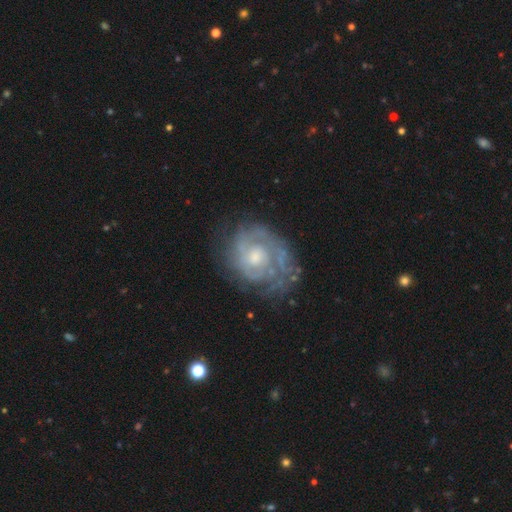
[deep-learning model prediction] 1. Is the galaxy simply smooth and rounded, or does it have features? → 81% featured or disk, 12% smooth, 7% star or artifact.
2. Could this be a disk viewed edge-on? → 97% no, 3% yes.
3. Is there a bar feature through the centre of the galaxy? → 70% no, 26% weak, 5% strong.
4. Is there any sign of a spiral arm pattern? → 88% yes, 12% no.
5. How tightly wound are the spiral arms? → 67% tight, 25% medium, 7% loose.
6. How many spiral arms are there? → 44% can't tell, 27% 2, 13% 3, 6% 1, 6% 4, 4% more than 4.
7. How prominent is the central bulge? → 55% moderate, 34% small, 5% large, 4% none, 1% dominant.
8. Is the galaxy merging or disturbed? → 67% none, 20% minor disturbance, 11% major disturbance, 2% merger.